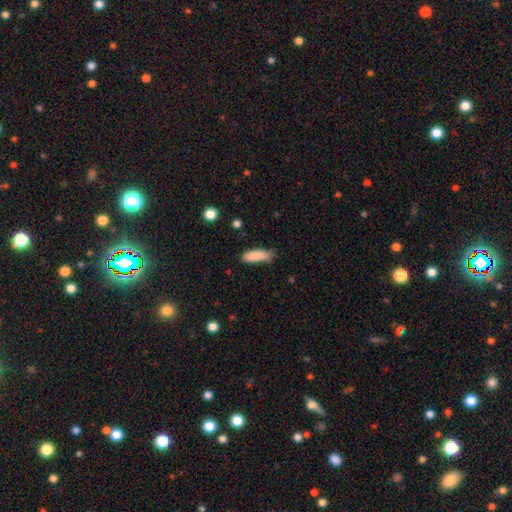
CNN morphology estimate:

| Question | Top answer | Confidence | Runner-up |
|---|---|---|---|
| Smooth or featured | smooth | 87% | star or artifact (7%) |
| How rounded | in between | 55% | cigar-shaped (43%) |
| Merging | none | 73% | minor disturbance (21%) |